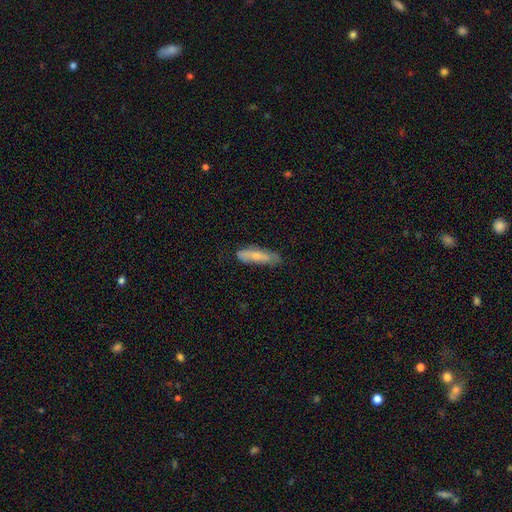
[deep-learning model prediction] smooth 59%, featured or disk 34%, star or artifact 7%. Down the decision tree: how rounded — cigar-shaped (59%); merging — none (67%).